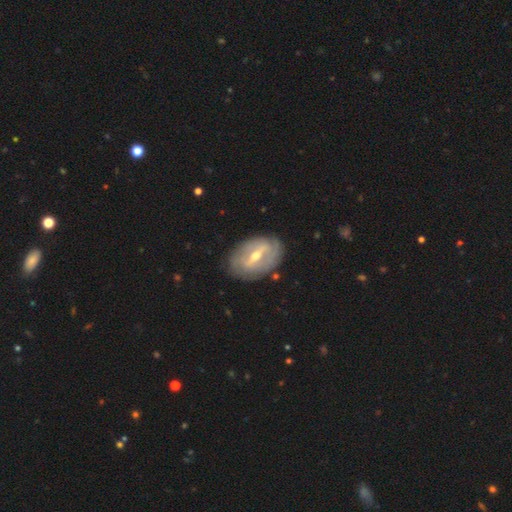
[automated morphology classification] The model was most divided on "bar": strong: 58%, weak: 32%, no: 9%. More confident: edge-on disk — no (91%); merging — none (79%); smooth or featured — featured or disk (77%); spiral arms — yes (66%); bulge size — moderate (63%).